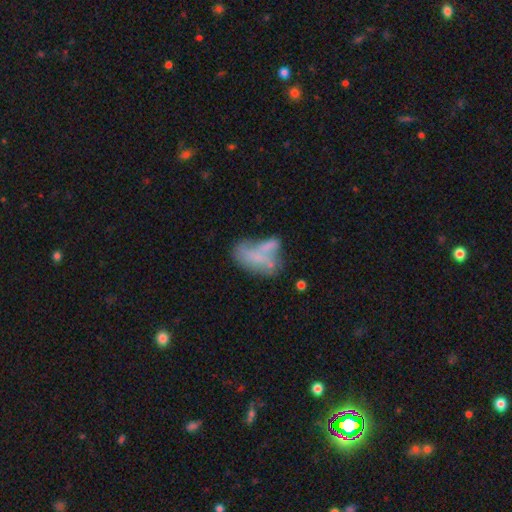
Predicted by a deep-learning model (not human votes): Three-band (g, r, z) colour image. It shows a smooth galaxy with no disk features (48%). Merging: merger (31%).